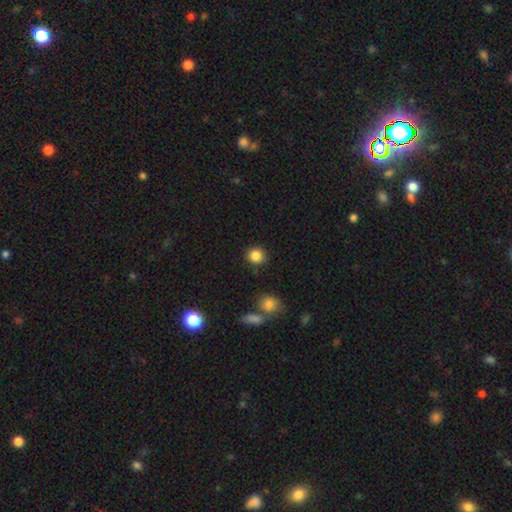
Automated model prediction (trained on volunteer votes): A smooth galaxy with no disk features (86%) that is round (89%).

Vote fractions:
- Smooth or featured? smooth: 86% / star or artifact: 10% / featured or disk: 4%
- How rounded? round: 89% / in between: 10% / cigar-shaped: 1%
- Merging? none: 87% / minor disturbance: 7% / merger: 3% / major disturbance: 2%